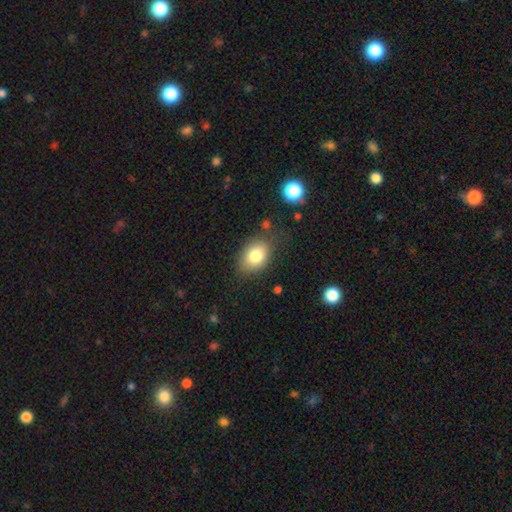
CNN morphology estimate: Smooth or featured?
  - smooth: 81% *
  - featured or disk: 10%
  - star or artifact: 9%
How rounded?
  - in between: 75% *
  - round: 24%
  - cigar-shaped: 1%
Merging?
  - none: 75% *
  - minor disturbance: 17%
  - major disturbance: 5%
  - merger: 3%